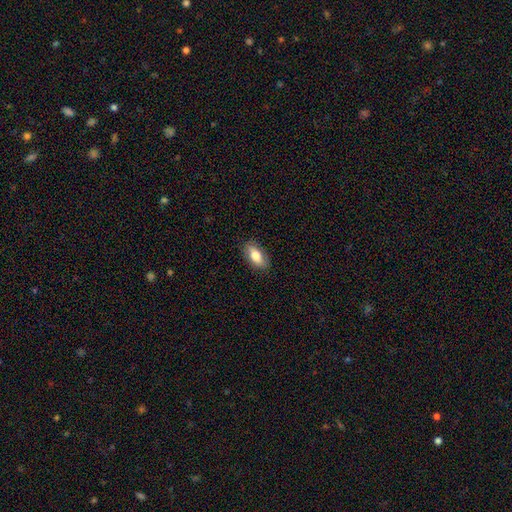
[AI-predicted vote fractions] Smooth or featured? smooth (75%)
How rounded? in between (87%)
Merging? none (85%)